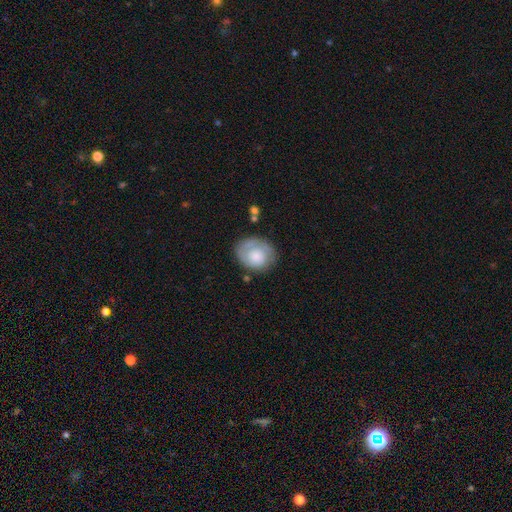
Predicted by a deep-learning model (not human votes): This appears to be a smooth galaxy with no disk features (54%) that is round (58%). Merging: none (69%).